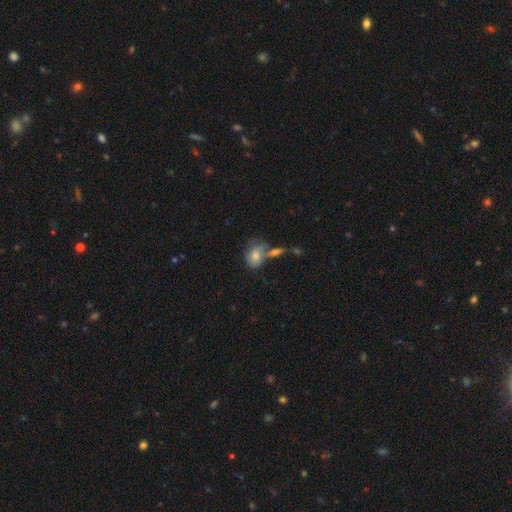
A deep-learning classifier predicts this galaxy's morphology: A smooth galaxy with no disk features (70%) that is in between round and cigar-shaped (76%). Merging: merger (37%).